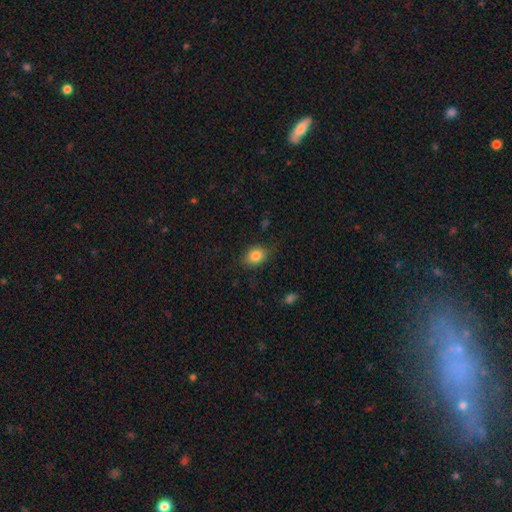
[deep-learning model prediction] Smooth or featured? smooth (83%)
How rounded? in between (59%)
Merging? none (80%)